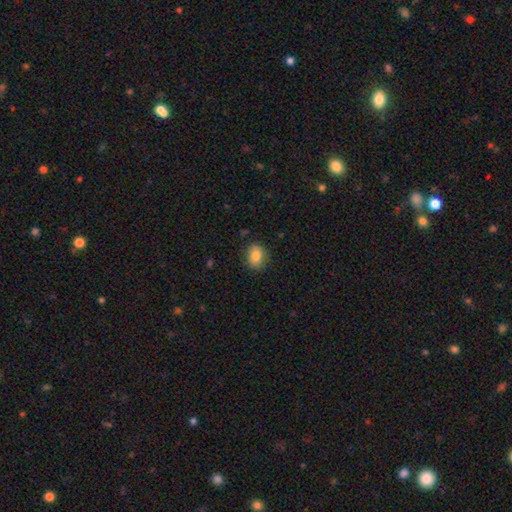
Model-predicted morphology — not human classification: The model was most divided on "how rounded": in between: 56%, round: 43%, cigar-shaped: 1%. More confident: merging — none (83%); smooth or featured — smooth (82%).